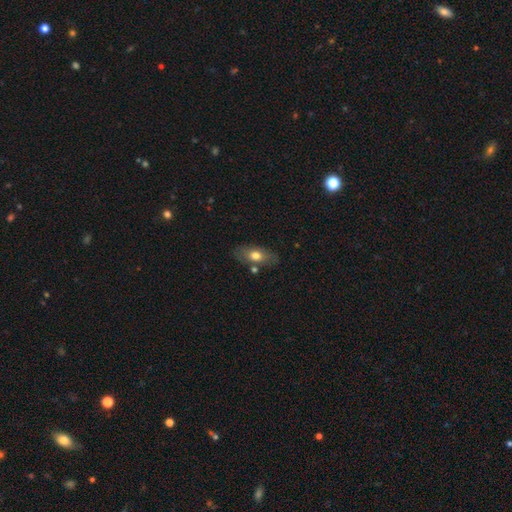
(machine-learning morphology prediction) The model was most divided on "smooth or featured": smooth: 69%, featured or disk: 24%, star or artifact: 7%. More confident: how rounded — in between (82%); merging — none (74%).